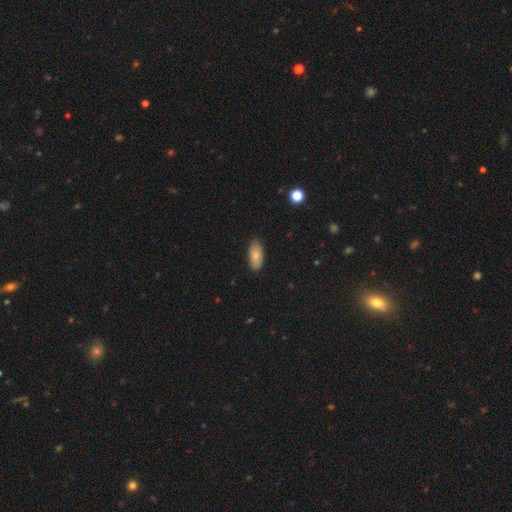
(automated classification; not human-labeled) Smooth or featured? Predicted: smooth (p=0.79). How rounded? Predicted: in between (p=0.91). Merging? Predicted: none (p=0.83).